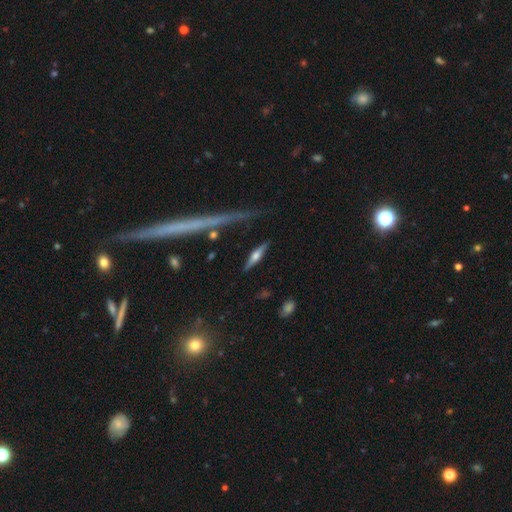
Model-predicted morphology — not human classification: Q: Smooth or featured?
A: featured or disk (61%); runner-up: smooth (33%)
Q: Edge-on disk?
A: yes (94%); runner-up: no (6%)
Q: Edge-on bulge?
A: rounded (91%); runner-up: boxy (5%)
Q: Merging?
A: none (81%); runner-up: minor disturbance (13%)